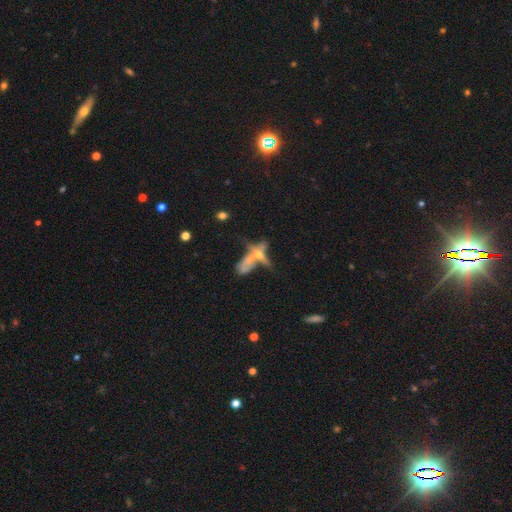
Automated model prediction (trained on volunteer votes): smooth-or-featured: featured or disk: 49% | smooth: 37% | star or artifact: 14%
  merging: merger: 47% | none: 30% | minor disturbance: 11% | major disturbance: 11%